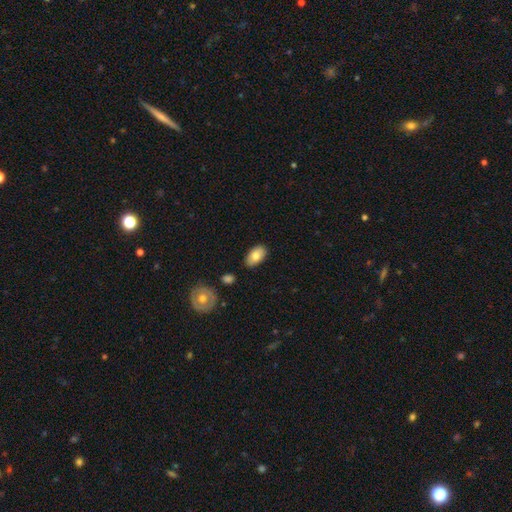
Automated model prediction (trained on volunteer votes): smooth 78%, featured or disk 15%, star or artifact 6%. Down the decision tree: how rounded — in between (94%); merging — none (81%).